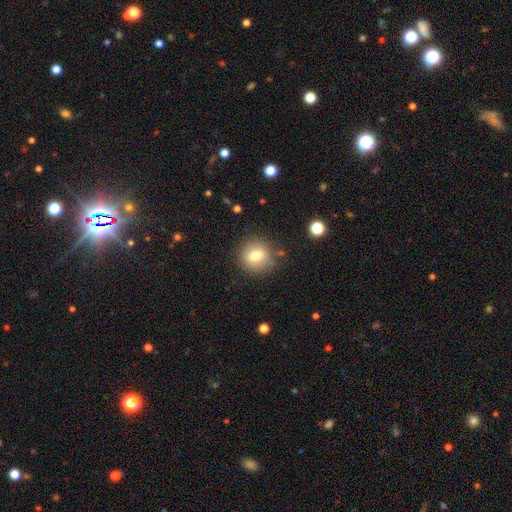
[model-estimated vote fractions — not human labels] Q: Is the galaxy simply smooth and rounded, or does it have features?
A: smooth — 75%.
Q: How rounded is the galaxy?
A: round — 90%.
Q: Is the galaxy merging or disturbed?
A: none — 86%.